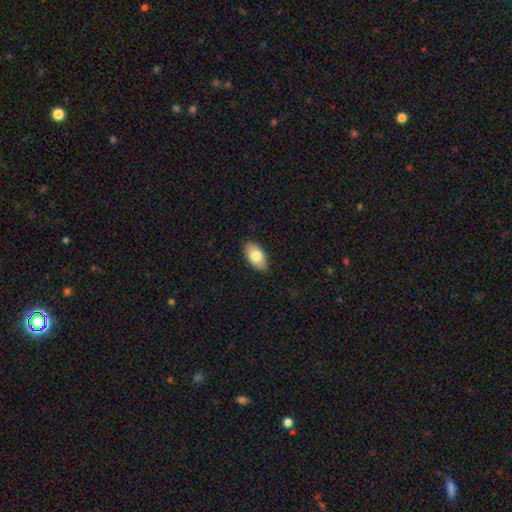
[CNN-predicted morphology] A smooth galaxy with no disk features (80%) that is in between round and cigar-shaped (94%). Merging: none (87%).